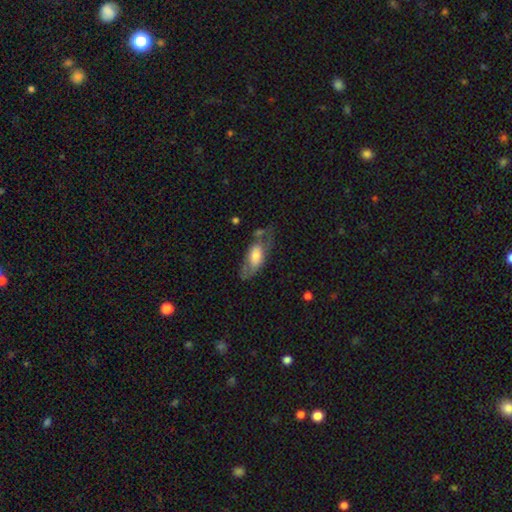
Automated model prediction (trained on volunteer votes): This is possibly a smooth galaxy (52%). How rounded: clearly in between (83%). Merging: possibly none (45%).